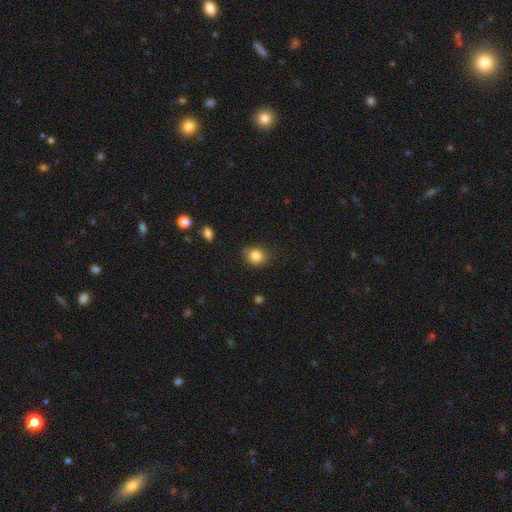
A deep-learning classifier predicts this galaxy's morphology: smooth 84%, star or artifact 10%, featured or disk 6%. Down the decision tree: how rounded — round (69%); merging — none (80%).